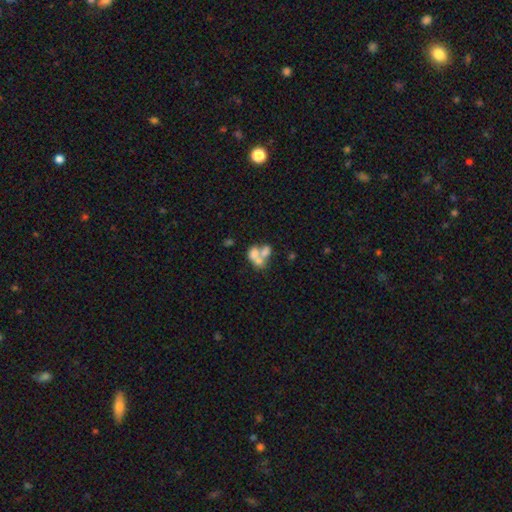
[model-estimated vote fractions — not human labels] smooth-or-featured: smooth: 53% | featured or disk: 35% | star or artifact: 12%
  how-rounded: in between: 65% | round: 34% | cigar-shaped: 2%
  merging: merger: 68% | none: 18% | major disturbance: 7% | minor disturbance: 6%